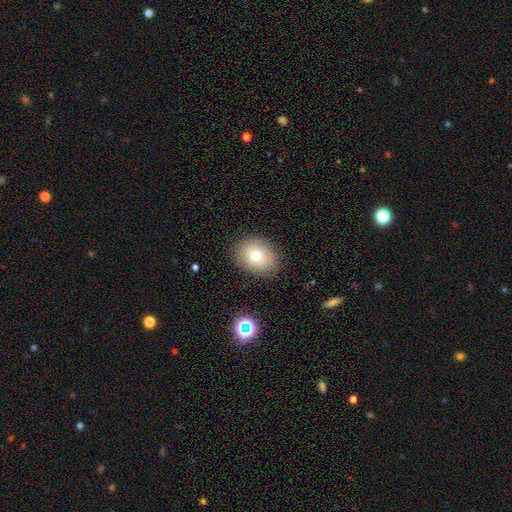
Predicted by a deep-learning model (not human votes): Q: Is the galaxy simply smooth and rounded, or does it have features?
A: smooth — 74%.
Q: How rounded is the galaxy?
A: round — 50%.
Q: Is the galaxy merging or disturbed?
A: none — 87%.